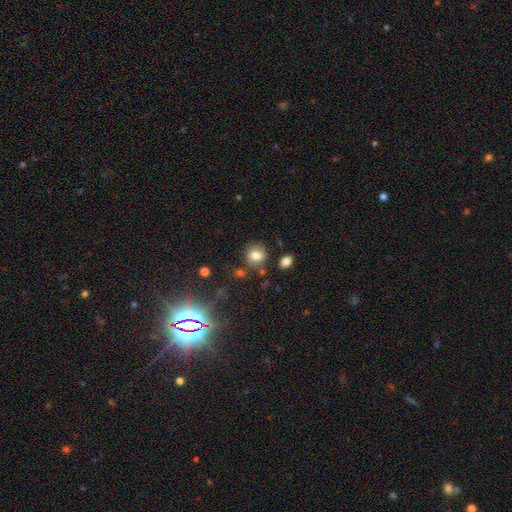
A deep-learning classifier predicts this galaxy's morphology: A smooth galaxy with no disk features (78%) that is round (80%).

Vote fractions:
- Smooth or featured? smooth: 78% / star or artifact: 12% / featured or disk: 10%
- How rounded? round: 80% / in between: 19% / cigar-shaped: 1%
- Merging? none: 78% / minor disturbance: 12% / merger: 7% / major disturbance: 4%